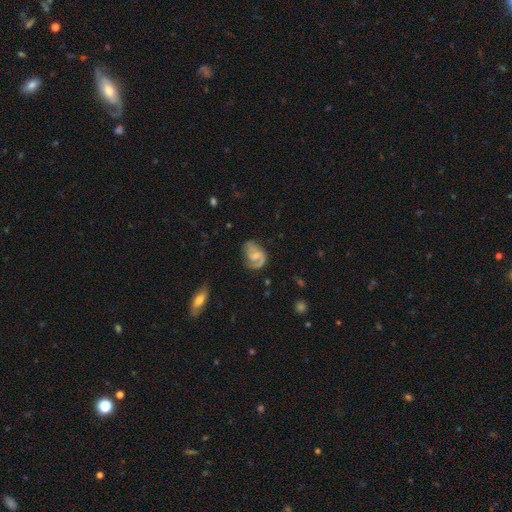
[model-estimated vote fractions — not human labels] This appears to be a featured or disk galaxy (69%) with no bar (50%), 2 (60%) medium (45%) spiral arms (87%) and a small central bulge (43%). Merging: none (50%).